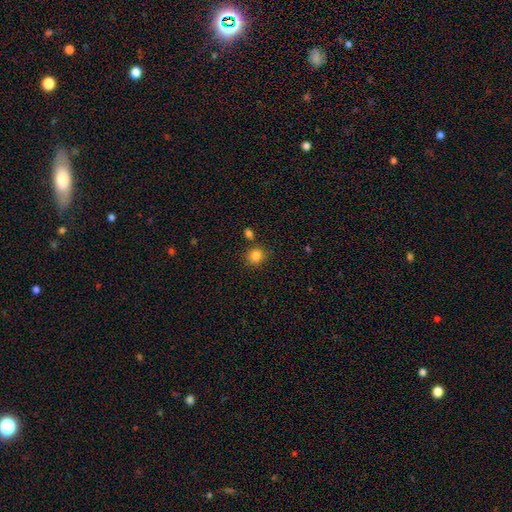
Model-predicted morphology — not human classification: Smooth or featured?
  - smooth: 84% *
  - star or artifact: 11%
  - featured or disk: 5%
How rounded?
  - round: 85% *
  - in between: 14%
  - cigar-shaped: 1%
Merging?
  - none: 79% *
  - minor disturbance: 9%
  - merger: 8%
  - major disturbance: 3%